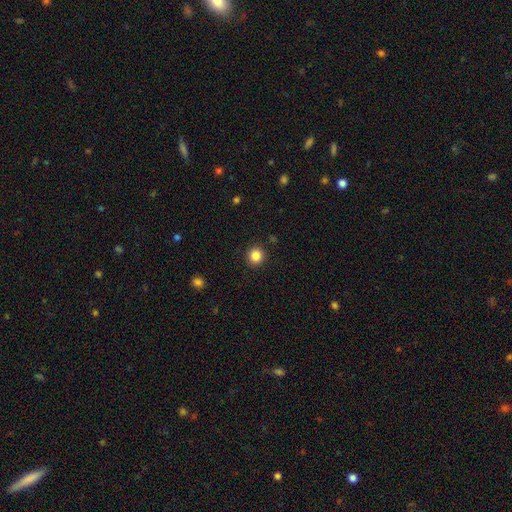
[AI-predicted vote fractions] The model was most divided on "smooth or featured": smooth: 85%, star or artifact: 11%, featured or disk: 4%. More confident: merging — none (92%); how rounded — round (92%).